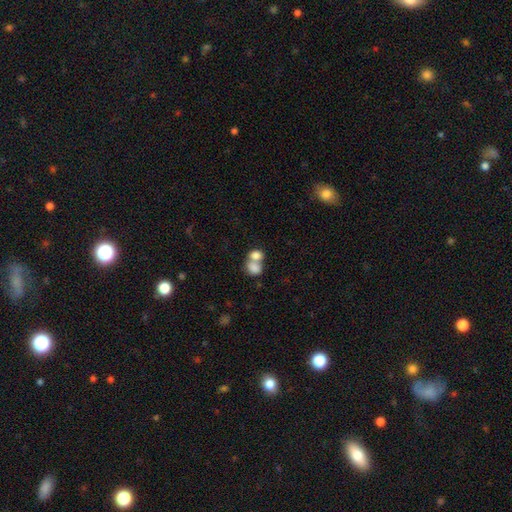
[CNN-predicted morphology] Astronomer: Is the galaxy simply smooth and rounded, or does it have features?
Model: smooth — 79%.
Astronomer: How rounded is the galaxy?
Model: in between — 68%.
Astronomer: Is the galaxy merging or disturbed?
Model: merger — 70%.